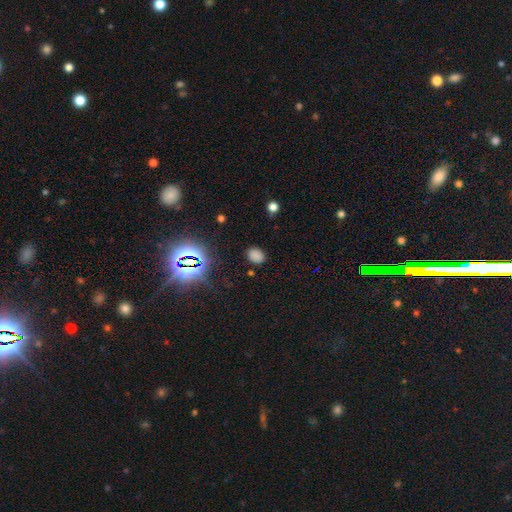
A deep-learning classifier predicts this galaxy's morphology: smooth 71%, star or artifact 24%, featured or disk 5%. Down the decision tree: how rounded — in between (58%); merging — none (84%).